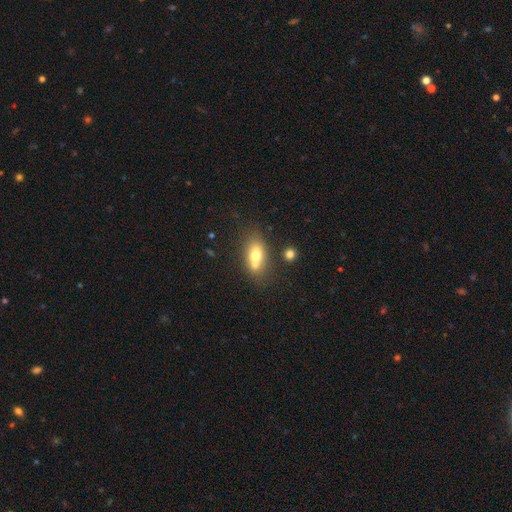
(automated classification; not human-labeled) Smooth or featured: smooth — 67% (featured or disk — 24%)
How rounded: in between — 75% (round — 18%)
Merging: merger — 45% (none — 39%)